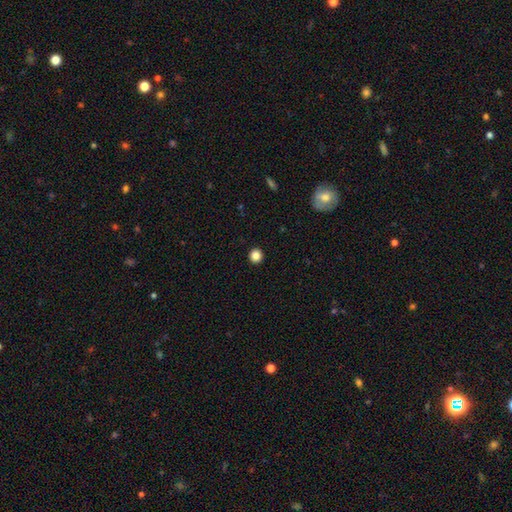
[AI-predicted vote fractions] smooth-or-featured: smooth: 85% | star or artifact: 11% | featured or disk: 4%
  how-rounded: round: 93% | in between: 6% | cigar-shaped: 1%
  merging: none: 93% | minor disturbance: 4% | major disturbance: 2% | merger: 1%